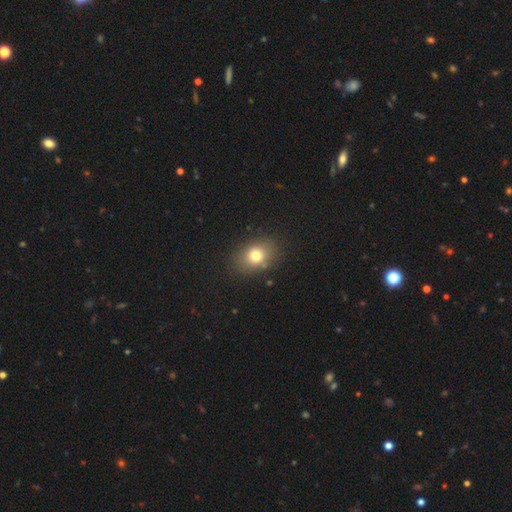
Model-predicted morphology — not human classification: smooth 76%, star or artifact 12%, featured or disk 11%. Down the decision tree: how rounded — in between (63%); merging — none (83%).